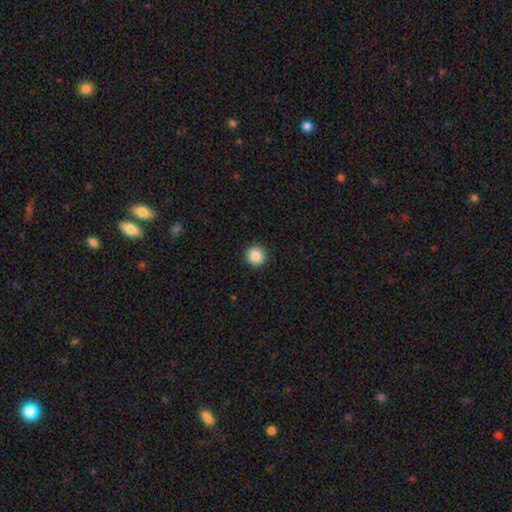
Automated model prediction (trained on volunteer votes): Smooth or featured? Predicted: smooth (p=0.87). How rounded? Predicted: round (p=0.95). Merging? Predicted: none (p=0.93).